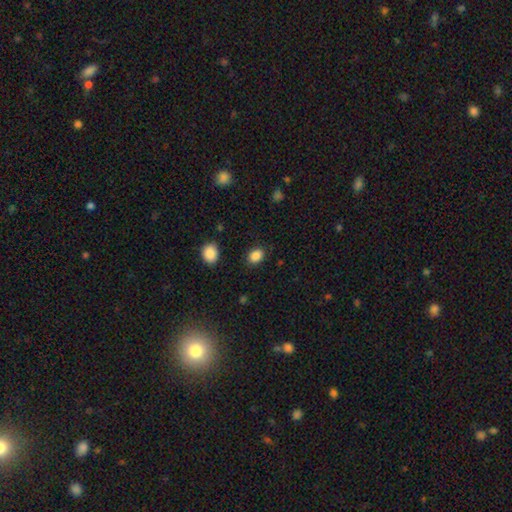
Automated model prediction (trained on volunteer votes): The model was most divided on "how rounded": in between: 65%, round: 34%, cigar-shaped: 1%. More confident: smooth or featured — smooth (87%); merging — none (85%).